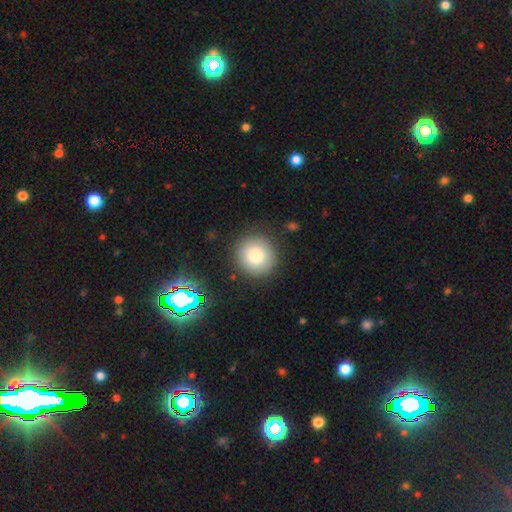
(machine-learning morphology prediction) Overall: smooth (79%). How rounded: round (94%). Merging: none (88%).